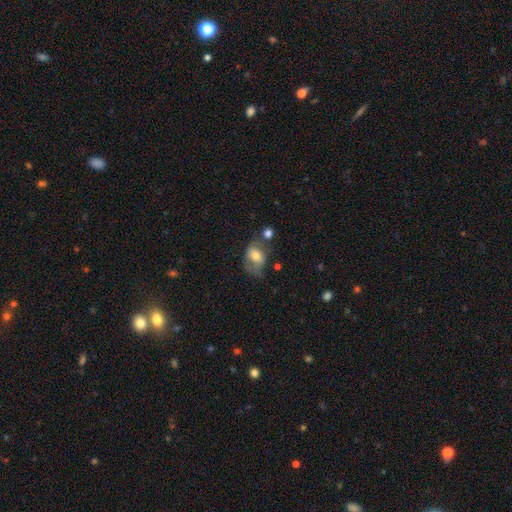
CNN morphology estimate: Overall: smooth (59%; featured or disk 33%). How rounded: in between (73%). Merging: none (39%; minor disturbance 28%).